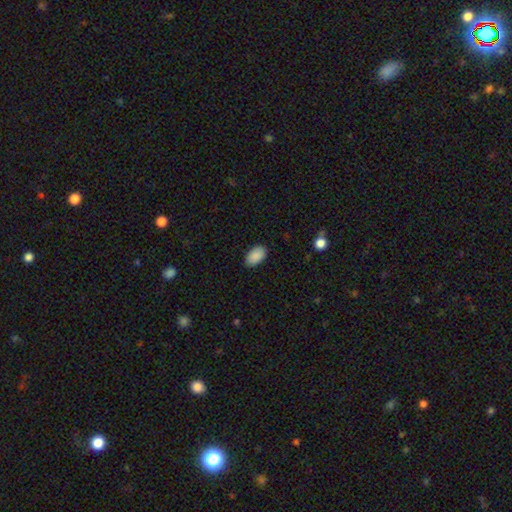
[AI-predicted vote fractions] Smooth or featured? smooth (89%)
How rounded? in between (94%)
Merging? none (87%)